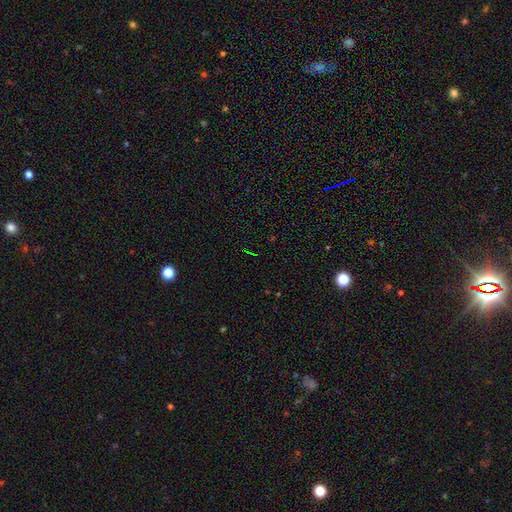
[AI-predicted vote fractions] Q: Smooth or featured?
A: star or artifact (74%); runner-up: smooth (16%)